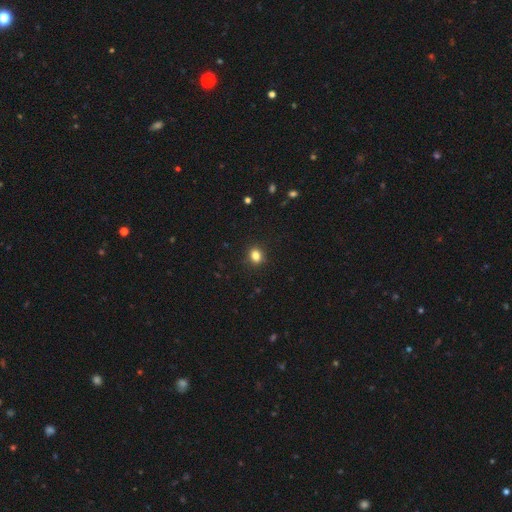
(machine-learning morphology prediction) A smooth galaxy with no disk features (84%) that is round (52%).

Vote fractions:
- Smooth or featured? smooth: 84% / star or artifact: 11% / featured or disk: 5%
- How rounded? round: 52% / in between: 46% / cigar-shaped: 1%
- Merging? none: 88% / minor disturbance: 8% / major disturbance: 2% / merger: 1%